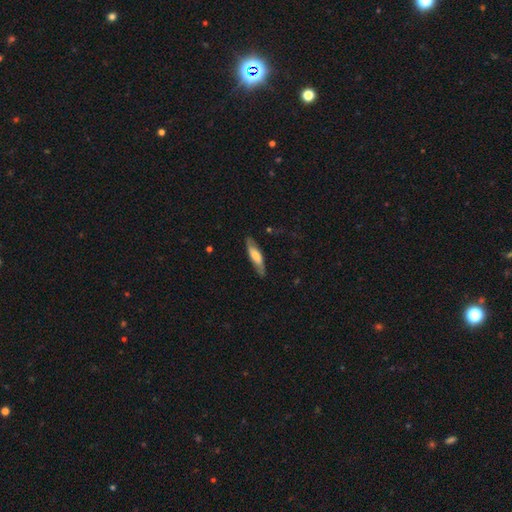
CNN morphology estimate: smooth-or-featured: smooth: 56% | featured or disk: 38% | star or artifact: 6%
  how-rounded: cigar-shaped: 69% | in between: 29% | round: 2%
  merging: none: 78% | minor disturbance: 17% | major disturbance: 4% | merger: 1%